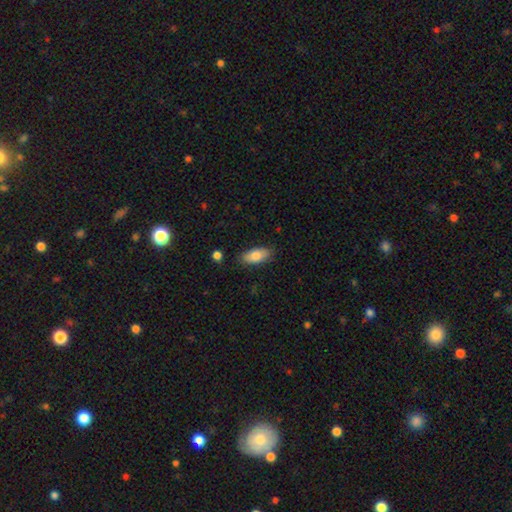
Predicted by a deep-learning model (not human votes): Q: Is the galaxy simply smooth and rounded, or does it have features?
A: smooth — 81%.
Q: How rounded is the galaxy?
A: in between — 89%.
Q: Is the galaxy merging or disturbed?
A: none — 84%.